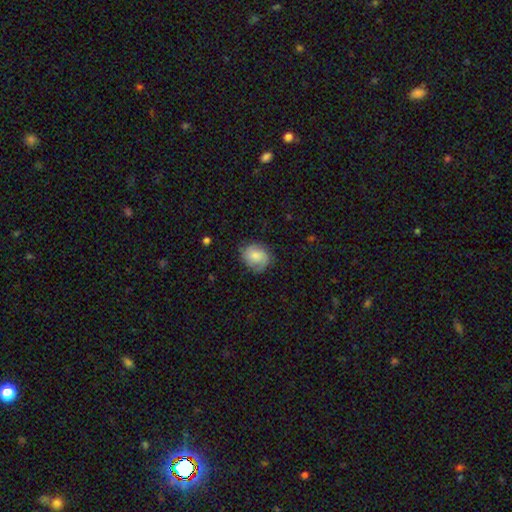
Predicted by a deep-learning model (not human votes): smooth 62%, featured or disk 31%, star or artifact 7%. Down the decision tree: how rounded — round (65%); merging — none (67%).